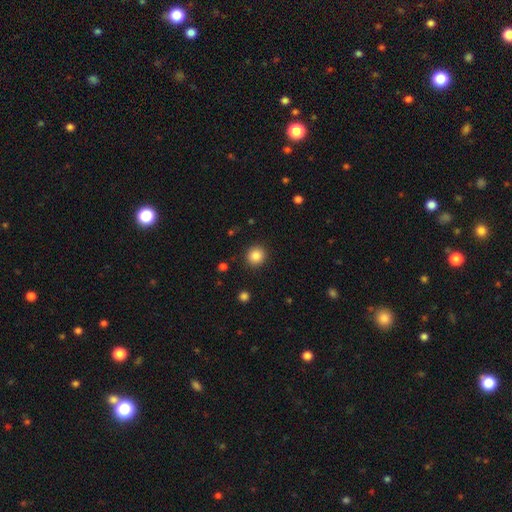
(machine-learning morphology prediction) type=smooth (86%); roundness=round (91%); merging=none (91%).